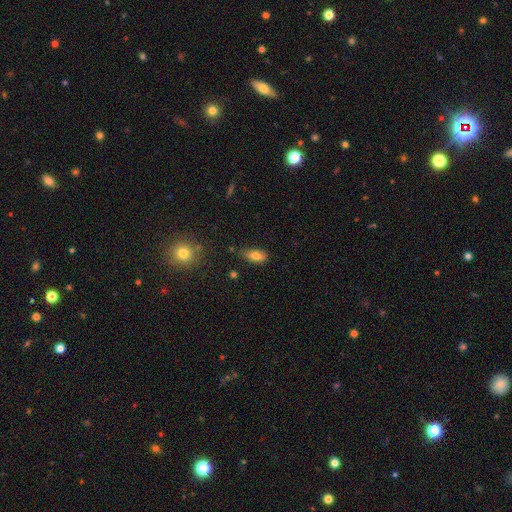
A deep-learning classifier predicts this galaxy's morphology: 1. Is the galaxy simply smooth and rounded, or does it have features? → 78% smooth, 13% featured or disk, 9% star or artifact.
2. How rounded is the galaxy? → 83% in between, 13% cigar-shaped, 5% round.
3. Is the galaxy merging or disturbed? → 69% none, 23% minor disturbance, 5% major disturbance, 3% merger.